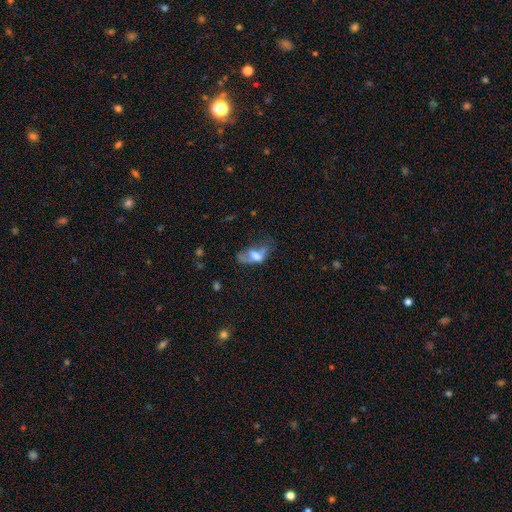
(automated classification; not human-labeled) Overall: smooth (46%; featured or disk 42%). Merging: major disturbance (44%; none 25%).